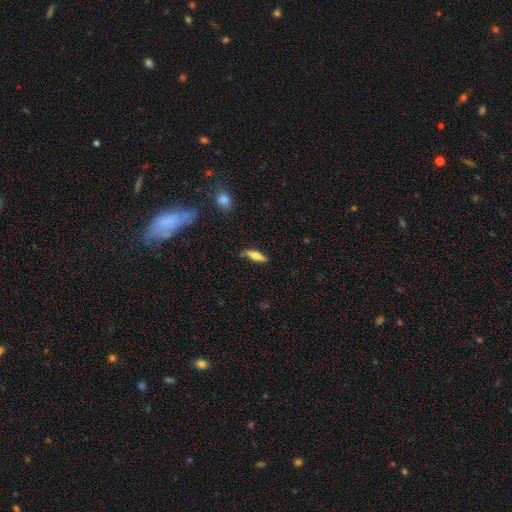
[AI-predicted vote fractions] Smooth or featured? smooth (64%)
How rounded? cigar-shaped (59%)
Merging? none (71%)